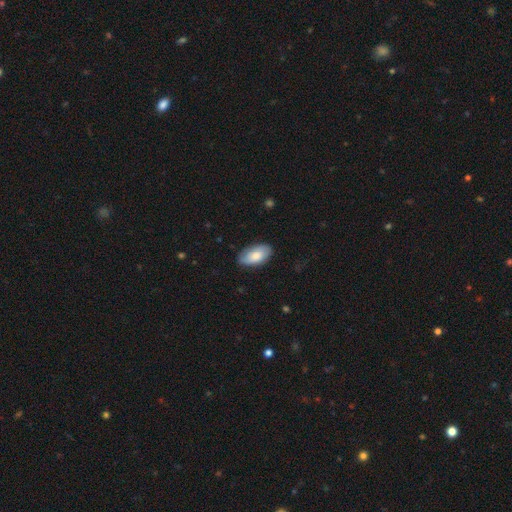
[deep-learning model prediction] This is likely a smooth galaxy (78%). How rounded: clearly in between (95%). Merging: clearly none (83%).